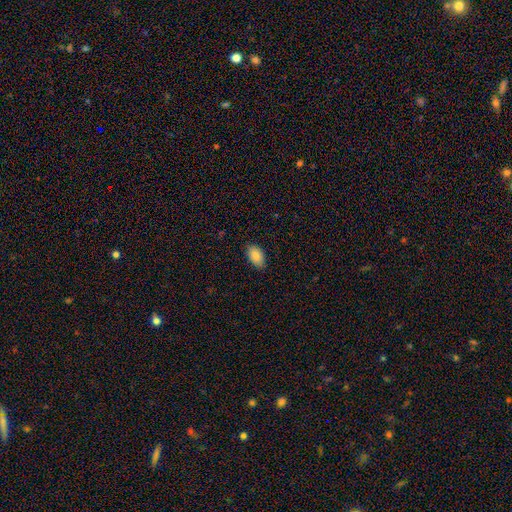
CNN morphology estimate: The model was most divided on "merging": none: 85%, minor disturbance: 12%, major disturbance: 2%, merger: 1%. More confident: how rounded — in between (92%); smooth or featured — smooth (87%).